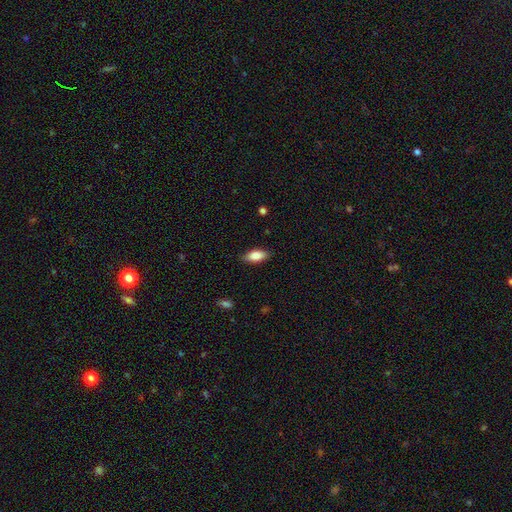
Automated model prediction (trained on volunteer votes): Smooth or featured: smooth — 84% (featured or disk — 10%)
How rounded: in between — 86% (cigar-shaped — 11%)
Merging: none — 87% (minor disturbance — 10%)